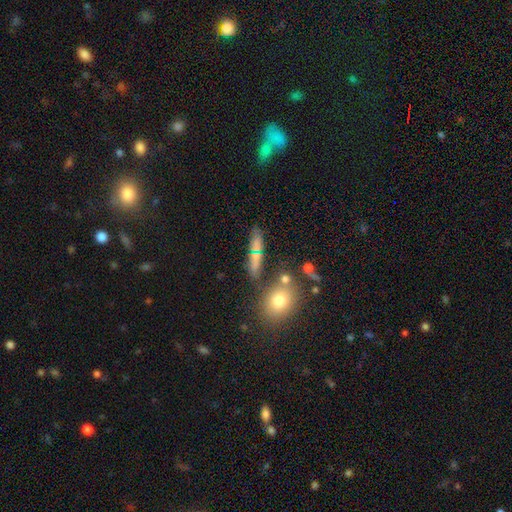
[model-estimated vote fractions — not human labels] Overall: smooth (48%; star or artifact 26%). Merging: none (68%).